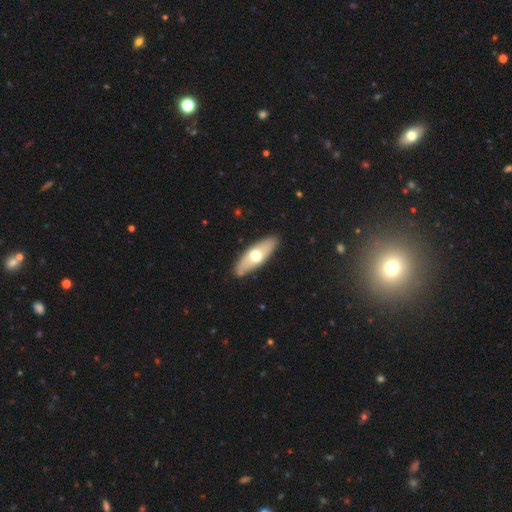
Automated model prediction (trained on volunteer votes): Overall: smooth (55%; featured or disk 40%). How rounded: in between (62%; cigar-shaped 36%). Merging: none (87%).